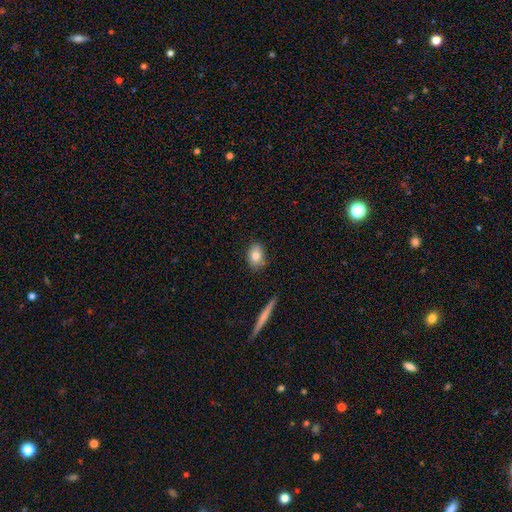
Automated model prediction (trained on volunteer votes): Morphology: type=smooth (79%); roundness=in between (73%); merging=none (81%).